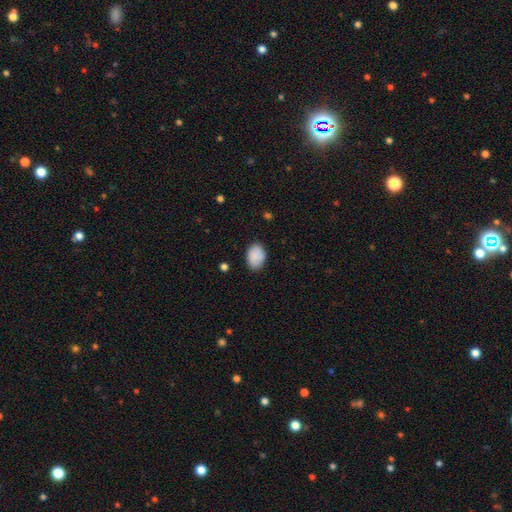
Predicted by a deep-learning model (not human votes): A smooth galaxy with no disk features (88%) that is in between round and cigar-shaped (82%). Merging: none (81%).